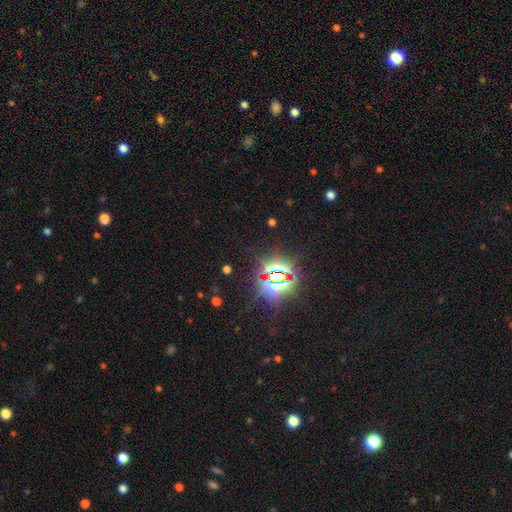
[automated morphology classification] smooth_or_featured: star or artifact (p=0.82) [alt: smooth p=0.11]